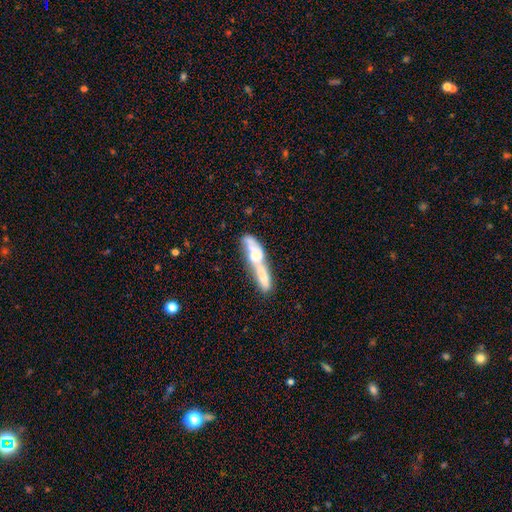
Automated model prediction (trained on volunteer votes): smooth_or_featured: featured or disk (p=0.47) [alt: smooth p=0.45]
merging: merger (p=0.66) [alt: none p=0.16]